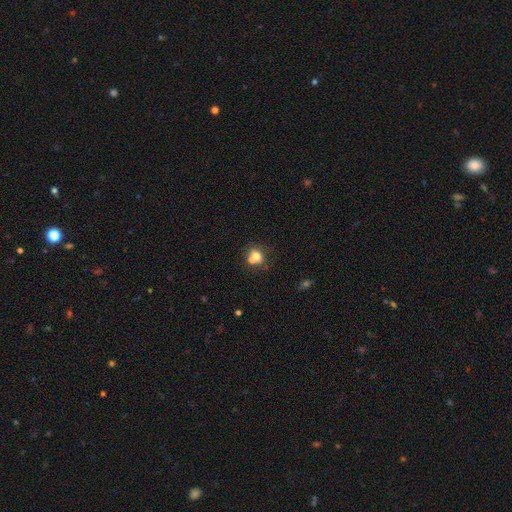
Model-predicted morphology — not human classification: This appears to be a smooth galaxy with no disk features (67%) that is round (61%). Merging: merger (46%).